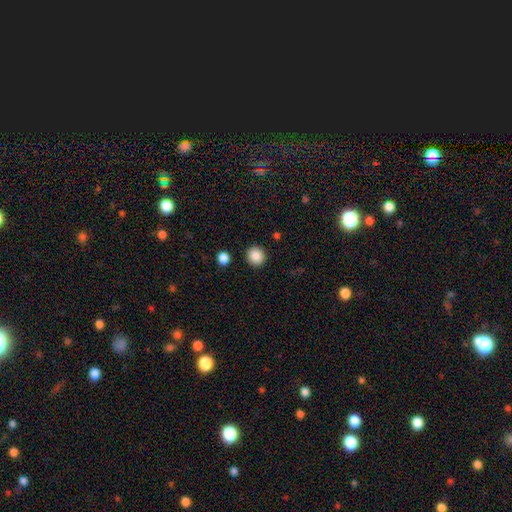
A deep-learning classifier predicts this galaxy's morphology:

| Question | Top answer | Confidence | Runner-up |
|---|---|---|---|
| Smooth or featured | smooth | 87% | star or artifact (9%) |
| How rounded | round | 94% | in between (5%) |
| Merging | none | 92% | minor disturbance (5%) |